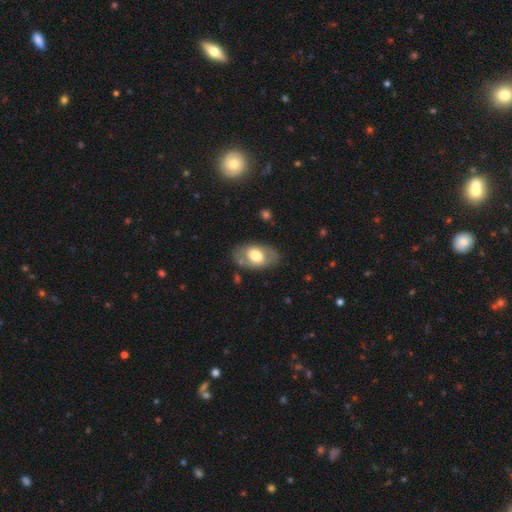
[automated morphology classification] A smooth galaxy with no disk features (62%) that is in between round and cigar-shaped (89%).

Vote fractions:
- Smooth or featured? smooth: 62% / featured or disk: 31% / star or artifact: 6%
- How rounded? in between: 89% / round: 10% / cigar-shaped: 1%
- Merging? none: 77% / minor disturbance: 15% / major disturbance: 5% / merger: 3%